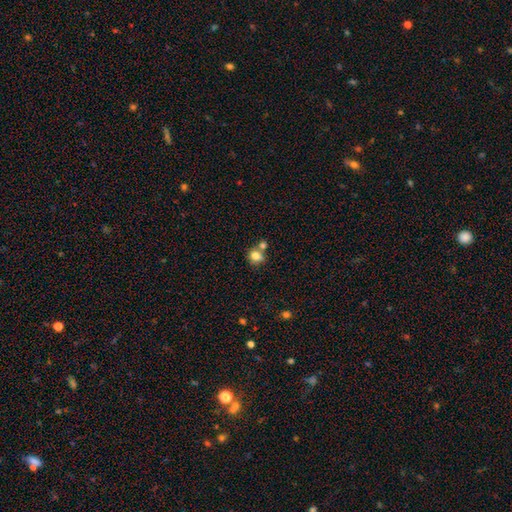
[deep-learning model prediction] Overall: smooth (80%). How rounded: round (63%; in between 36%). Merging: none (45%; merger 39%).